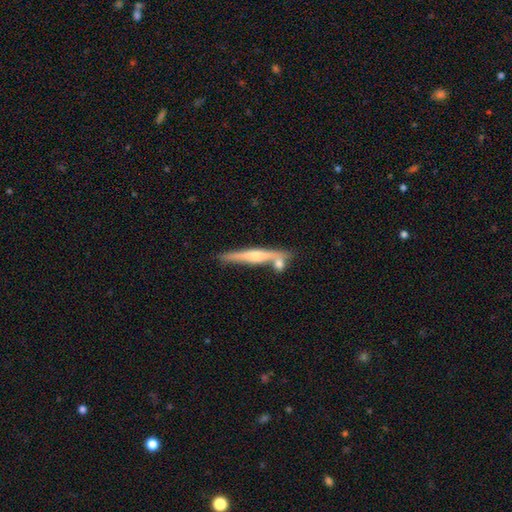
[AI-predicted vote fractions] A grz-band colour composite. It shows a featured or disk galaxy (61%) viewed edge-on (95%) with a rounded central bulge (74%). Merging: none (65%).